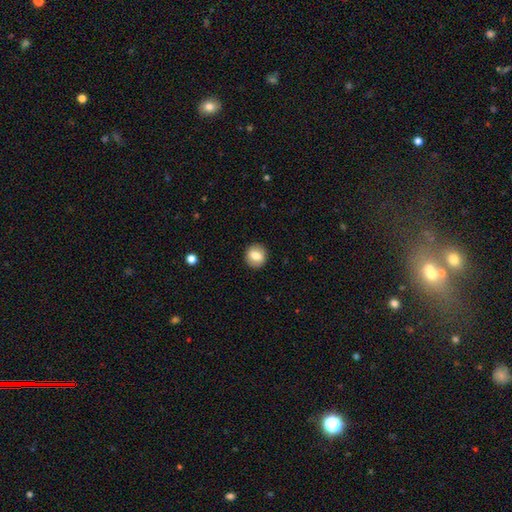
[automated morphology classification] Smooth or featured?
  - smooth: 77% *
  - featured or disk: 15%
  - star or artifact: 8%
How rounded?
  - round: 83% *
  - in between: 16%
  - cigar-shaped: 1%
Merging?
  - none: 90% *
  - minor disturbance: 7%
  - major disturbance: 2%
  - merger: 1%